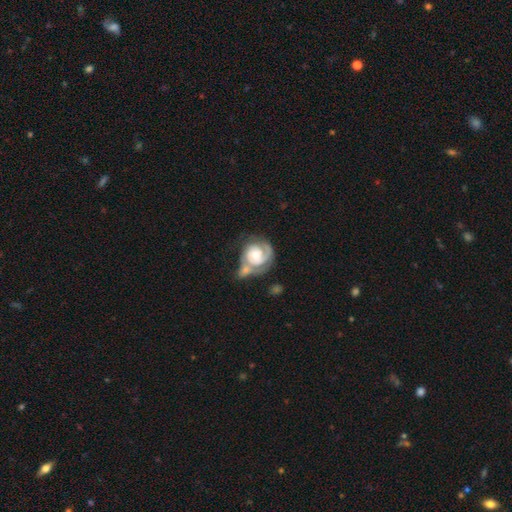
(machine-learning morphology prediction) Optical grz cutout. It shows a featured or disk galaxy (78%) with no bar (71%), 2 (50%) tight (64%) spiral arms (91%) and a moderate central bulge (59%). Merging: merger (34%).